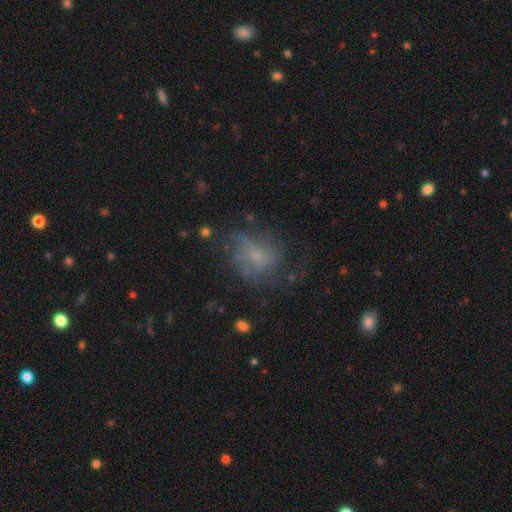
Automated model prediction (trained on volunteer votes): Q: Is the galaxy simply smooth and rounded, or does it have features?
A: featured or disk — 44%.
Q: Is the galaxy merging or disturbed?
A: none — 49%.